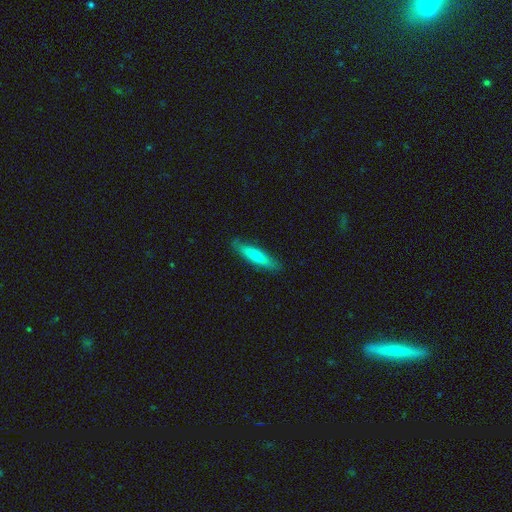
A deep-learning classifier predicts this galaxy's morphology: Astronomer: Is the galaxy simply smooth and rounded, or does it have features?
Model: smooth — 64%.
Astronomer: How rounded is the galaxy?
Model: cigar-shaped — 80%.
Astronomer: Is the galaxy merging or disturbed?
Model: none — 84%.